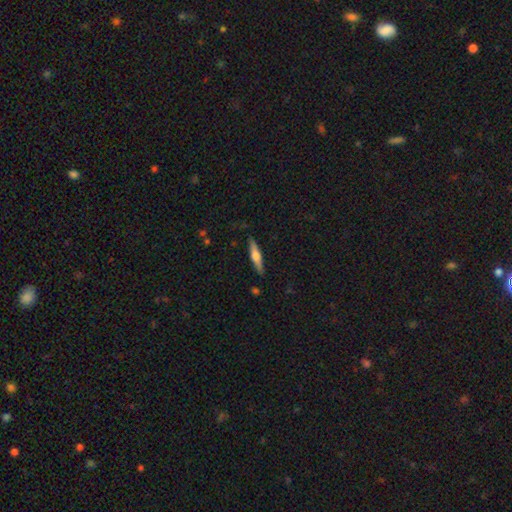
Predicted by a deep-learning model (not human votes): Smooth or featured? featured or disk (54%)
Edge-on disk? yes (96%)
Edge-on bulge? rounded (85%)
Merging? none (88%)